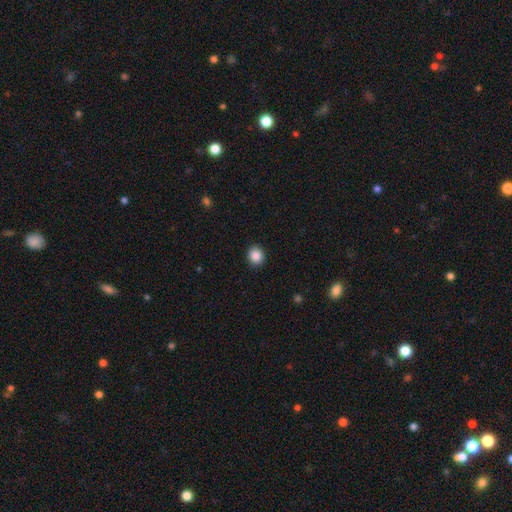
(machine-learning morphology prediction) smooth-or-featured: smooth: 88% | star or artifact: 9% | featured or disk: 3%
  how-rounded: round: 80% | in between: 19% | cigar-shaped: 1%
  merging: none: 92% | minor disturbance: 6% | major disturbance: 2% | merger: 1%